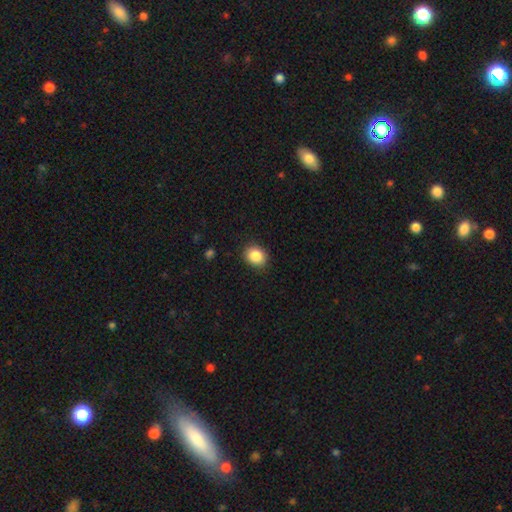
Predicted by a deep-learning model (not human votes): smooth-or-featured: smooth: 87% | star or artifact: 9% | featured or disk: 4%
  how-rounded: round: 55% | in between: 44% | cigar-shaped: 1%
  merging: none: 88% | minor disturbance: 9% | major disturbance: 2% | merger: 1%